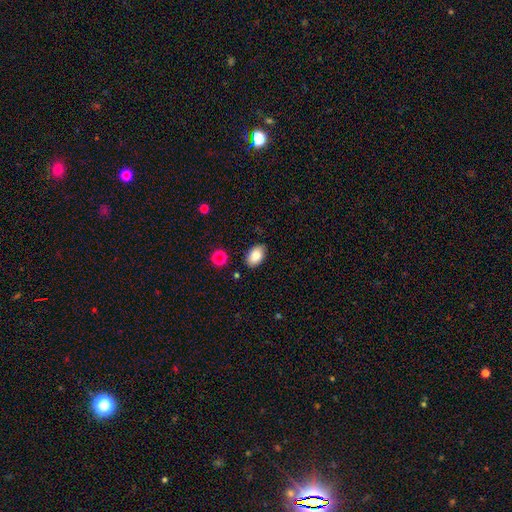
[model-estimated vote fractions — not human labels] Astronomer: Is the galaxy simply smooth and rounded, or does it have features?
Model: smooth — 87%.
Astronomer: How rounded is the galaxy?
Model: in between — 90%.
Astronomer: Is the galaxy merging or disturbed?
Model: none — 82%.